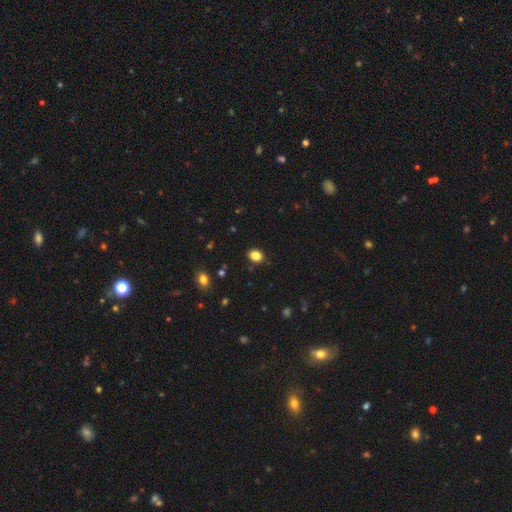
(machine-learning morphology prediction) Smooth or featured: smooth — 85% (star or artifact — 11%)
How rounded: in between — 60% (round — 39%)
Merging: none — 88% (minor disturbance — 8%)